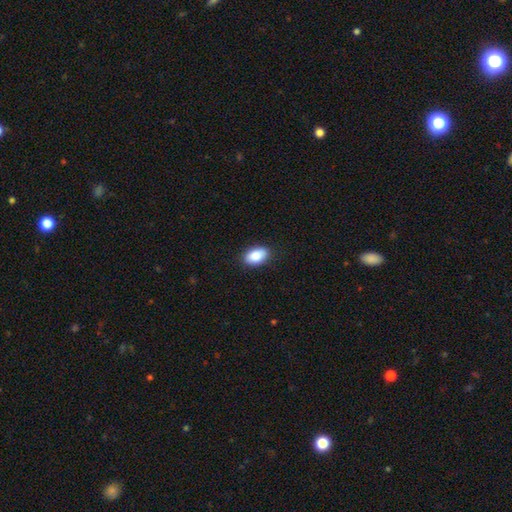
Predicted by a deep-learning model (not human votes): Smooth or featured? smooth (87%)
How rounded? in between (91%)
Merging? none (88%)